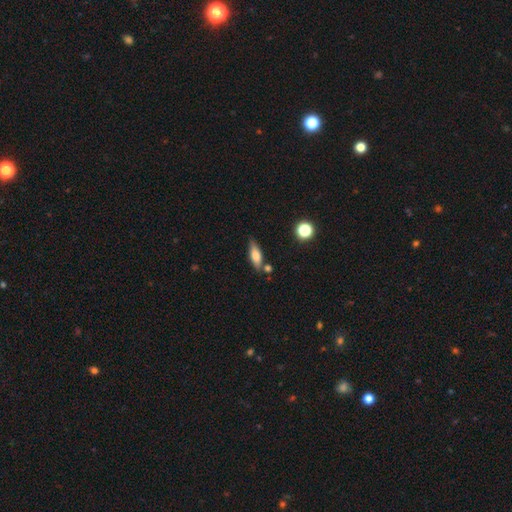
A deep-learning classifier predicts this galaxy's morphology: This is likely a smooth galaxy (68%). How rounded: likely in between (63%). Merging: likely none (71%).